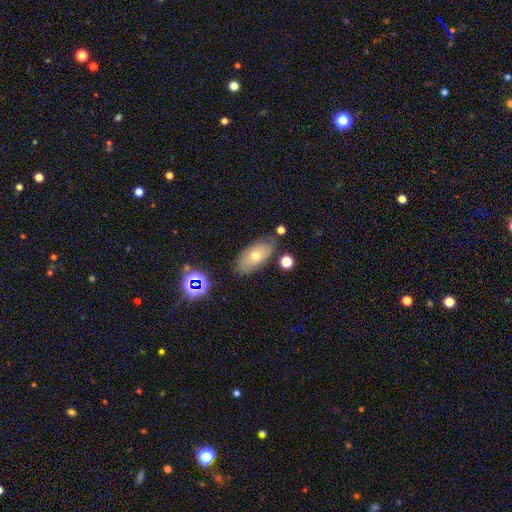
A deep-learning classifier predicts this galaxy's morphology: type=smooth (65%); roundness=in between (89%); merging=none (75%).